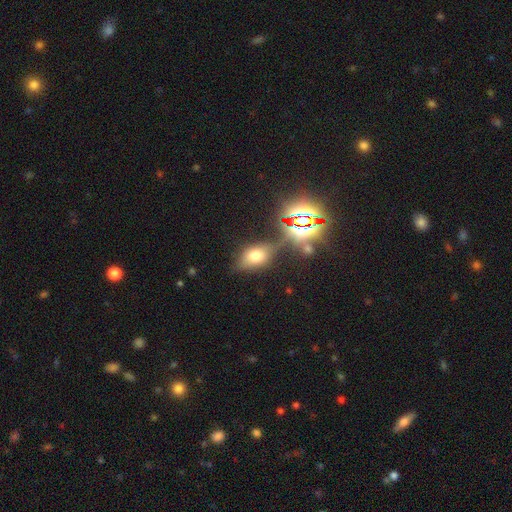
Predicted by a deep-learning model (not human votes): The model was most divided on "smooth or featured": smooth: 59%, star or artifact: 26%, featured or disk: 16%. More confident: how rounded — in between (81%); merging — none (67%).